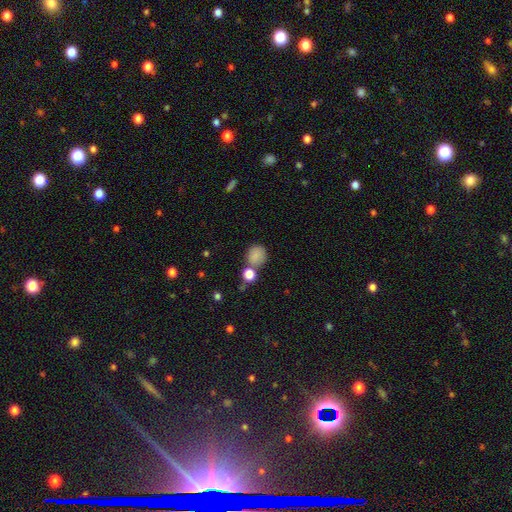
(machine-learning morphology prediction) The model was most divided on "merging": none: 63%, merger: 19%, minor disturbance: 13%, major disturbance: 5%. More confident: smooth or featured — smooth (82%); how rounded — round (79%).